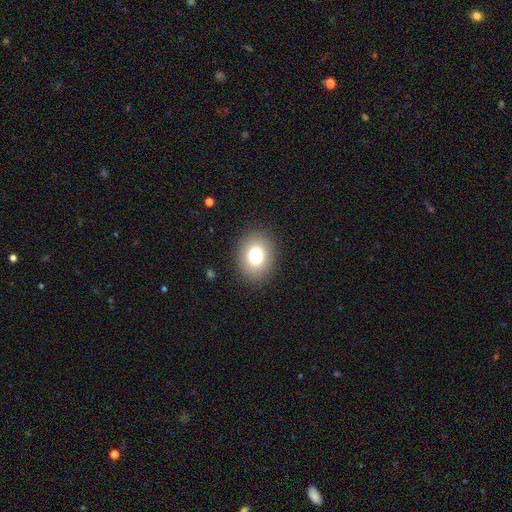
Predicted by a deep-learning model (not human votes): This is likely a smooth galaxy (78%). How rounded: possibly in between (56%). Merging: clearly none (88%).